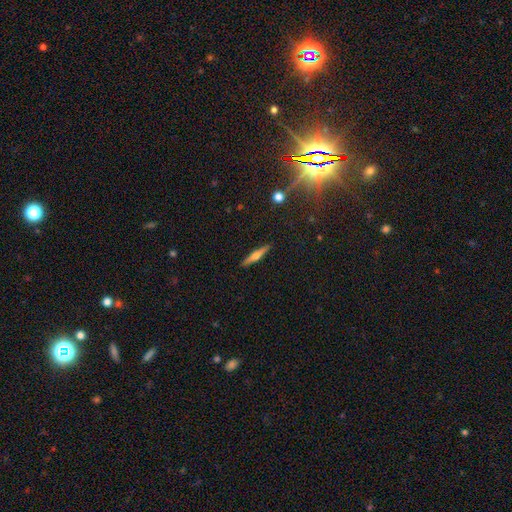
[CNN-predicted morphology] Q: Smooth or featured?
A: featured or disk (59%); runner-up: smooth (34%)
Q: Edge-on disk?
A: yes (97%); runner-up: no (3%)
Q: Edge-on bulge?
A: rounded (89%); runner-up: none (6%)
Q: Merging?
A: none (91%); runner-up: minor disturbance (6%)